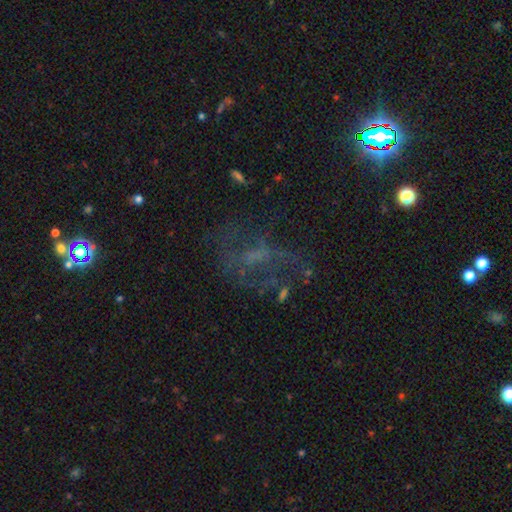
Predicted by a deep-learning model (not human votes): Smooth or featured? Predicted: featured or disk (p=0.48). Merging? Predicted: none (p=0.49).